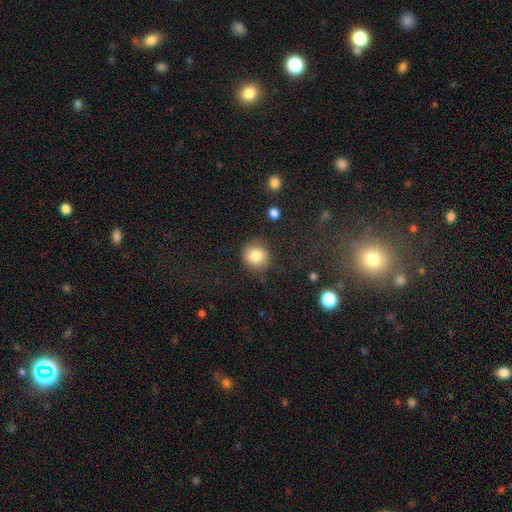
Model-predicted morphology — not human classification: smooth 84%, star or artifact 9%, featured or disk 7%. Down the decision tree: how rounded — round (89%); merging — none (82%).